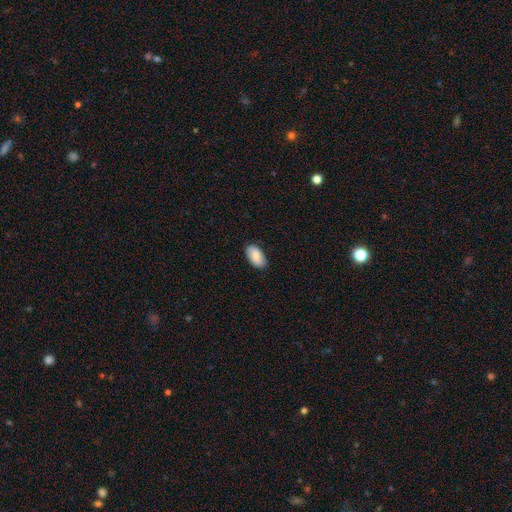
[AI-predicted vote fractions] This is clearly a smooth galaxy (82%). How rounded: clearly in between (95%). Merging: clearly none (83%).